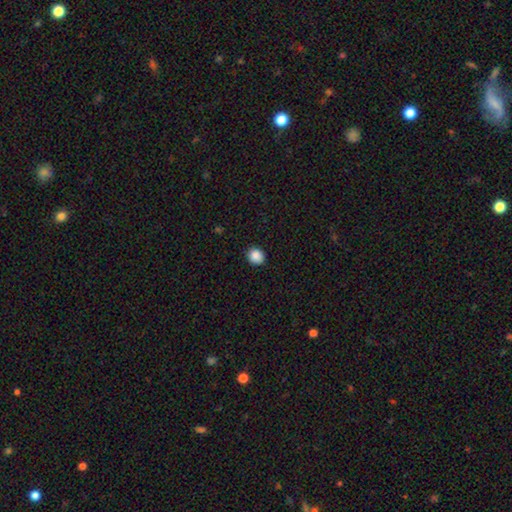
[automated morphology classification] type=smooth (88%); roundness=round (79%); merging=none (90%).